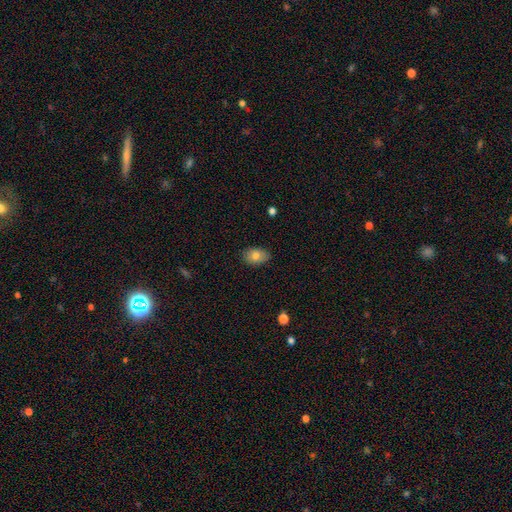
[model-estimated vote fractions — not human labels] Smooth or featured? Predicted: smooth (p=0.79). How rounded? Predicted: in between (p=0.85). Merging? Predicted: none (p=0.85).